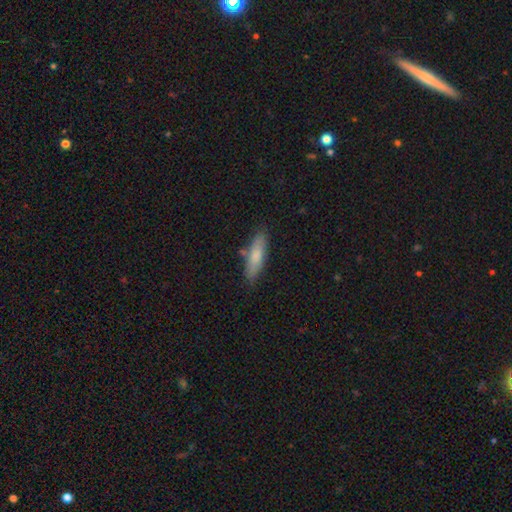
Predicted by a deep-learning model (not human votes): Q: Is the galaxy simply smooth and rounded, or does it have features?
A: smooth — 77%.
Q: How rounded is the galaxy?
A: cigar-shaped — 63%.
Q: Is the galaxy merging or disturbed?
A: none — 79%.